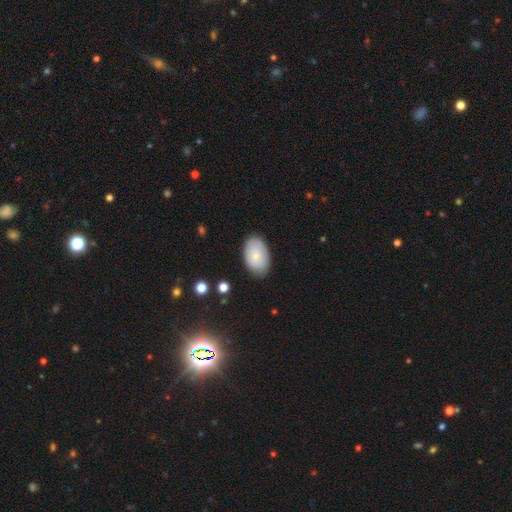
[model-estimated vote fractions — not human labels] Morphology: type=smooth (80%); roundness=in between (93%); merging=none (82%).